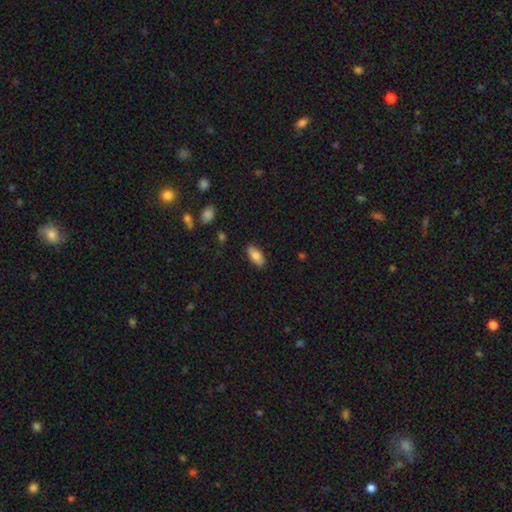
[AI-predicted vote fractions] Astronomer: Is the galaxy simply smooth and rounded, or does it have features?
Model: smooth — 81%.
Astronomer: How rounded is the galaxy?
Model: in between — 88%.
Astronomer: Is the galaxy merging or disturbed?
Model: none — 85%.